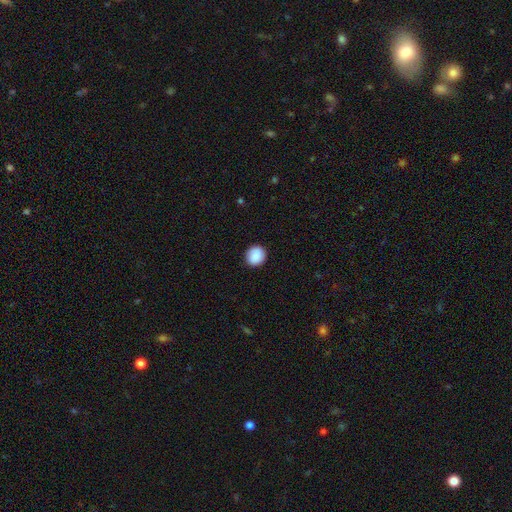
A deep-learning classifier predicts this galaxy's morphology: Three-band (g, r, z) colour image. It shows a smooth galaxy with no disk features (89%) that is round (86%). Merging: none (89%).